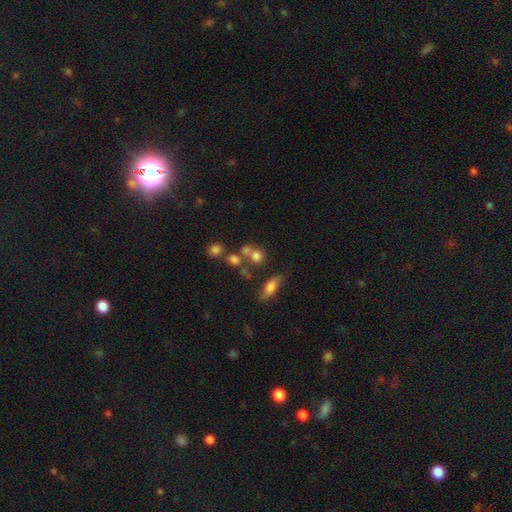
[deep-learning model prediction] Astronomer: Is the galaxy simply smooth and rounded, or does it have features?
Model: smooth — 70%.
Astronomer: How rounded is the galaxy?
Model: round — 80%.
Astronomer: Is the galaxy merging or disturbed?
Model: none — 50% (runner-up: merger, 33%).